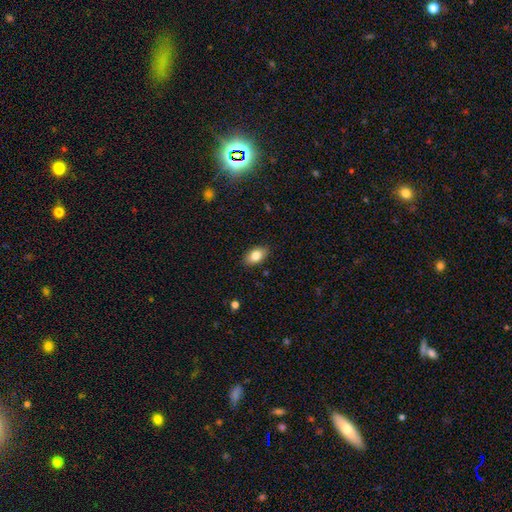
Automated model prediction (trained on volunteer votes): Overall: smooth (82%). How rounded: in between (91%). Merging: none (88%).